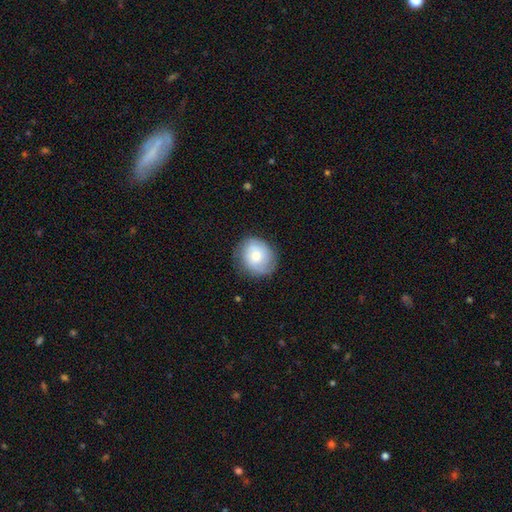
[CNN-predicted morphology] This is possibly a smooth galaxy (60%). How rounded: likely round (76%). Merging: likely none (78%).